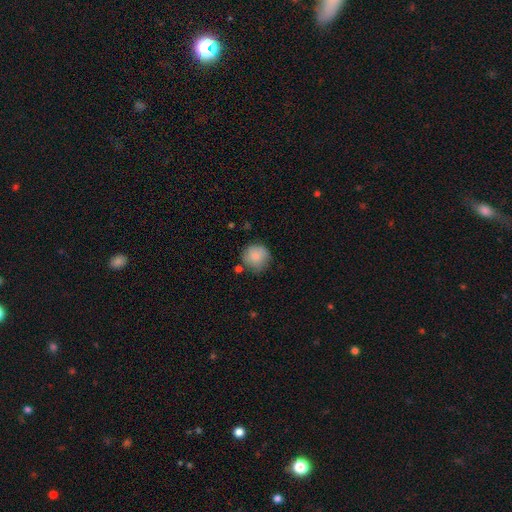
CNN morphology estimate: This appears to be a smooth galaxy with no disk features (82%) that is round (92%). Merging: none (71%).